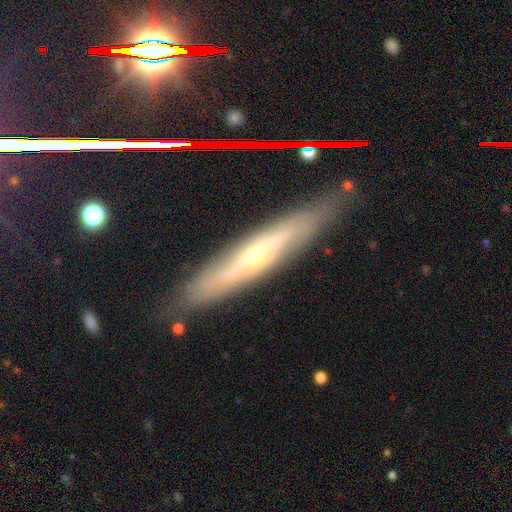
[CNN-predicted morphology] This is likely a featured or disk galaxy (69%). It is likely viewed edge-on (71%). Merging: clearly none (84%).